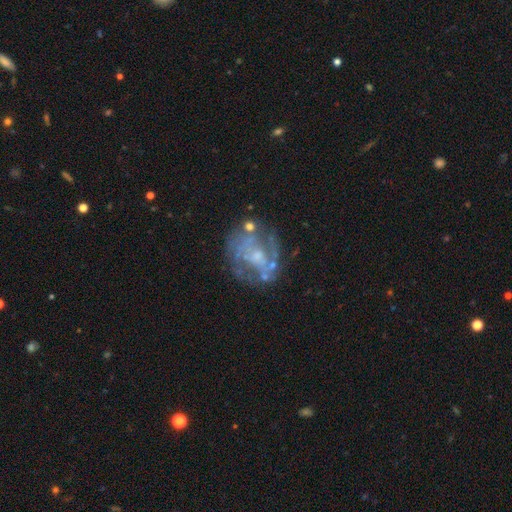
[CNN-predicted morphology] This appears to be a featured or disk galaxy (75%) with no bar (65%), spiral arms (56%) and a small central bulge (50%). Merging: none (62%).